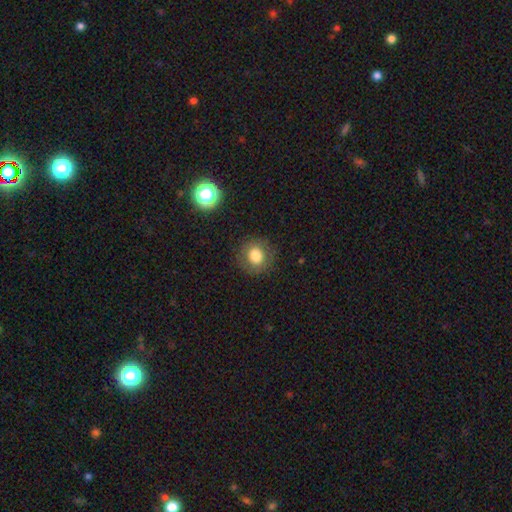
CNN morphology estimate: Q: Smooth or featured?
A: smooth (76%); runner-up: featured or disk (12%)
Q: How rounded?
A: round (89%); runner-up: in between (10%)
Q: Merging?
A: none (86%); runner-up: minor disturbance (9%)